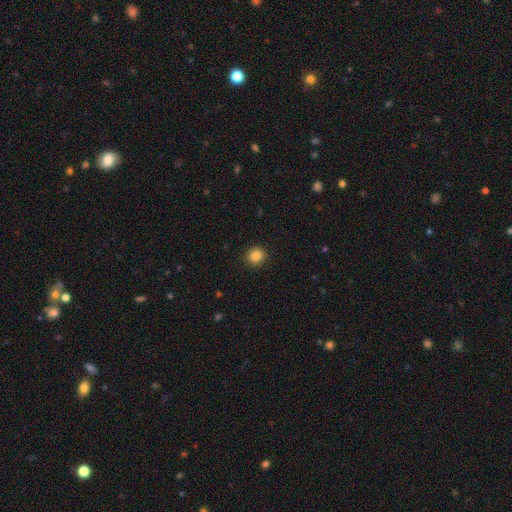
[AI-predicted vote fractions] This appears to be a smooth galaxy with no disk features (86%) that is round (92%). Merging: none (92%).